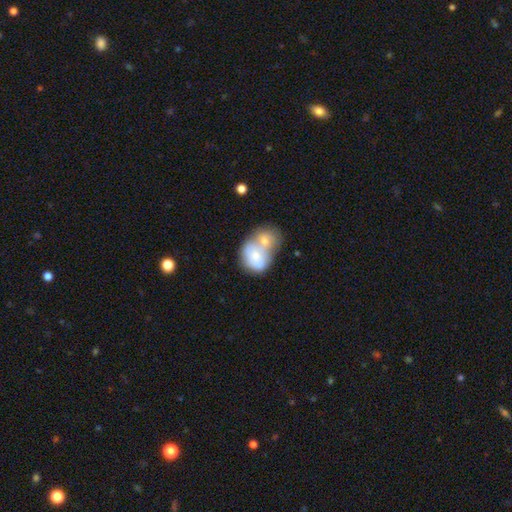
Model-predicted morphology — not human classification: This is likely a smooth galaxy (63%). How rounded: possibly round (50%). Merging: likely merger (74%).